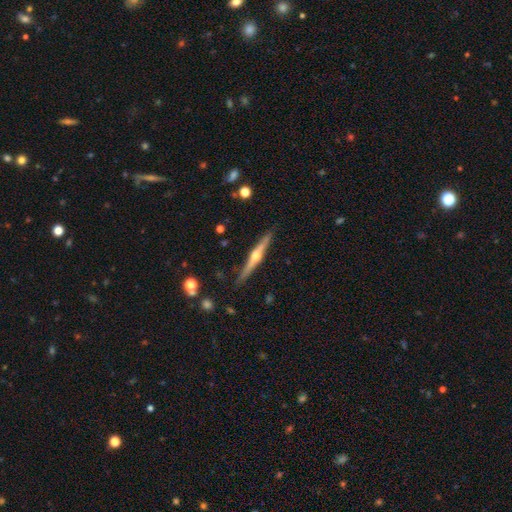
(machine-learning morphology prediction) This is likely a featured or disk galaxy (76%). It is clearly viewed edge-on (98%). Edge-on bulge: clearly rounded (93%). Merging: clearly none (88%).